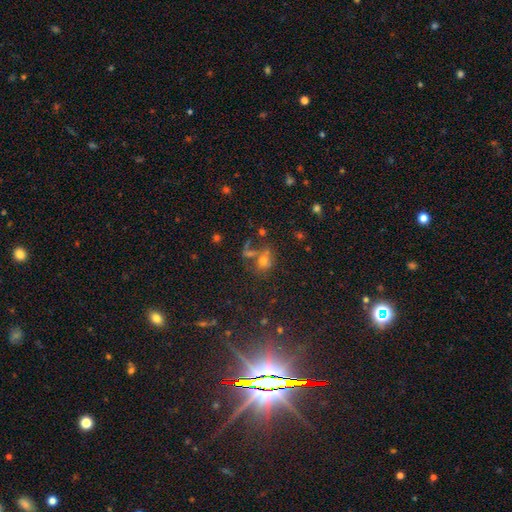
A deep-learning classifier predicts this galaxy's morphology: Q: Smooth or featured?
A: star or artifact (52%); runner-up: smooth (32%)